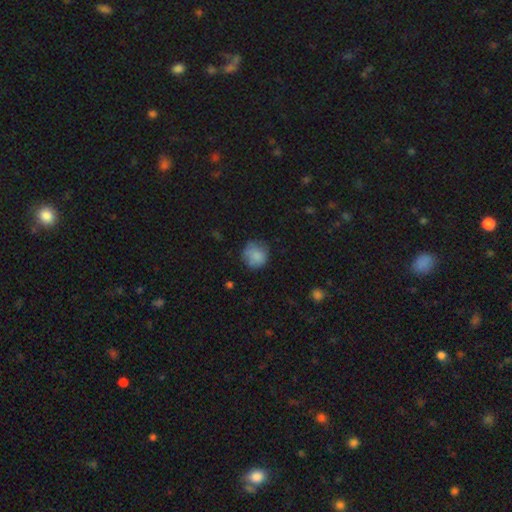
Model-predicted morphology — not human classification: Smooth or featured: smooth — 81% (featured or disk — 10%)
How rounded: round — 89% (in between — 11%)
Merging: none — 70% (minor disturbance — 22%)